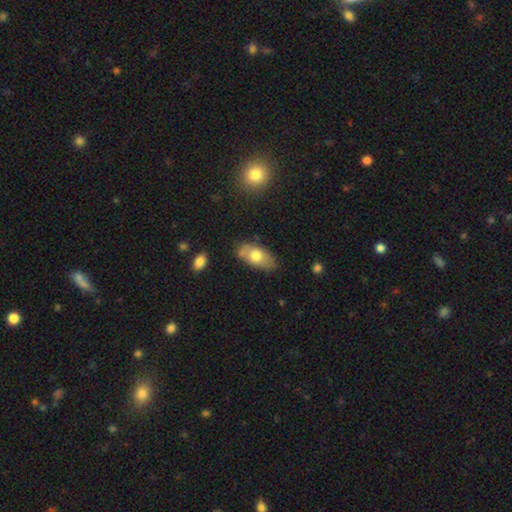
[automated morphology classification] Smooth or featured? Predicted: smooth (p=0.68). How rounded? Predicted: in between (p=0.91). Merging? Predicted: none (p=0.71).